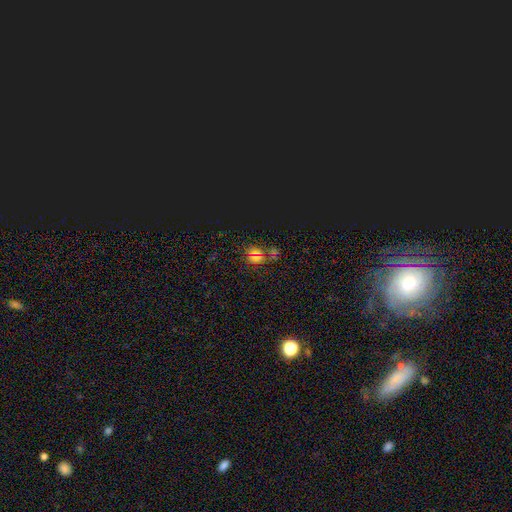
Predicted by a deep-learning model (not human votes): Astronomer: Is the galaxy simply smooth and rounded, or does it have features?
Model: star or artifact — 60%.